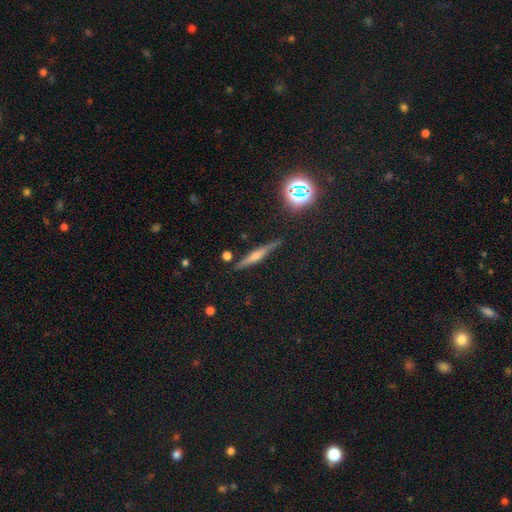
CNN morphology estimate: Smooth or featured? Predicted: featured or disk (p=0.66). Edge-on disk? Predicted: yes (p=0.97). Edge-on bulge? Predicted: rounded (p=0.85). Merging? Predicted: none (p=0.89).